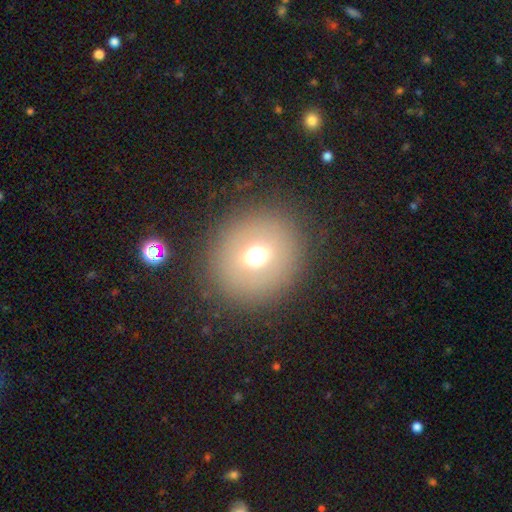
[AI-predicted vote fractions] Smooth or featured? smooth (62%)
How rounded? round (86%)
Merging? none (86%)